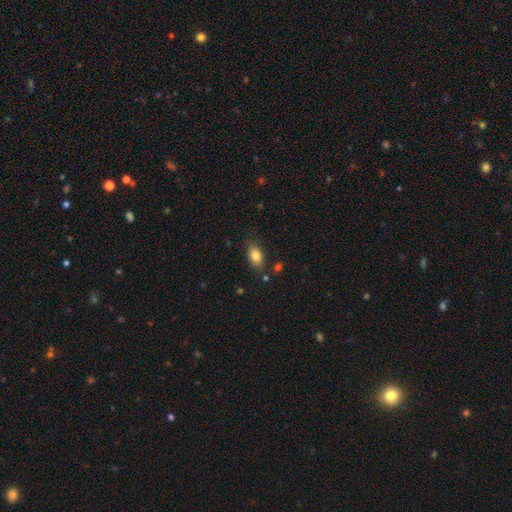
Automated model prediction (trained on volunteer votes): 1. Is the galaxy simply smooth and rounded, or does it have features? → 83% smooth, 9% featured or disk, 8% star or artifact.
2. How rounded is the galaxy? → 88% in between, 8% round, 4% cigar-shaped.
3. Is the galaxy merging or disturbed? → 79% none, 14% minor disturbance, 4% major disturbance, 3% merger.